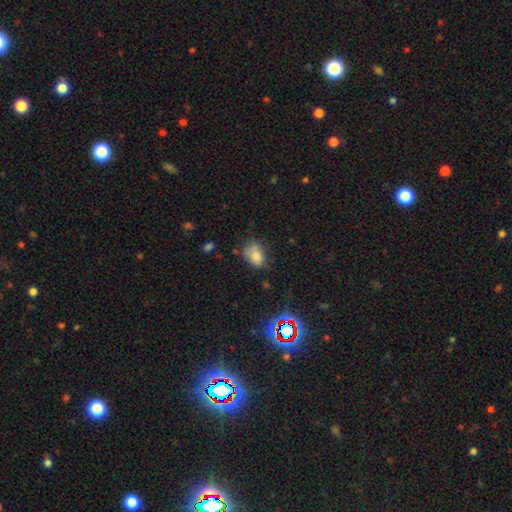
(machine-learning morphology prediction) This is likely a smooth galaxy (77%). How rounded: likely in between (73%). Merging: possibly none (57%).